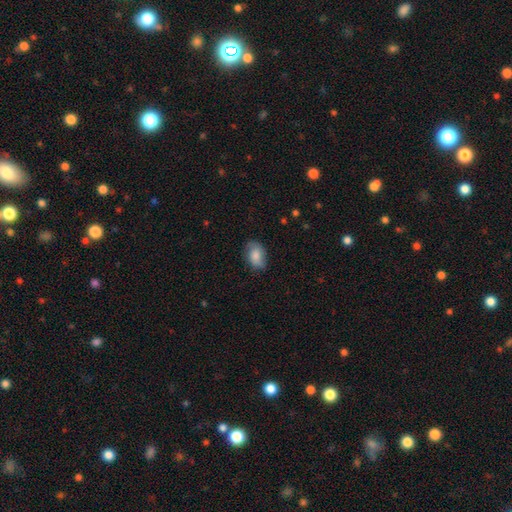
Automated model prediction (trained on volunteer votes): This is likely a smooth galaxy (74%). How rounded: clearly in between (86%). Merging: likely none (72%).